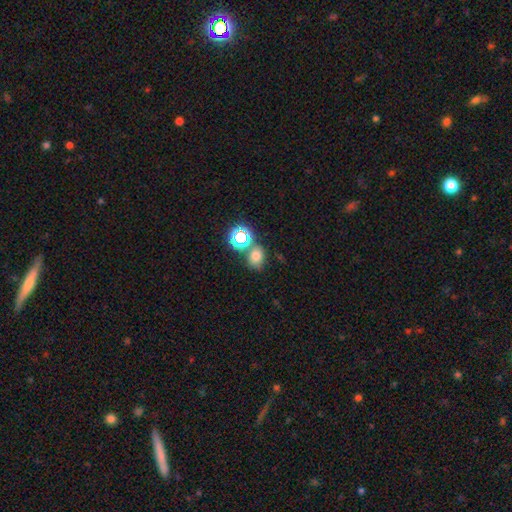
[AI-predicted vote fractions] Smooth or featured? Predicted: smooth (p=0.68). How rounded? Predicted: round (p=0.53). Merging? Predicted: none (p=0.64).